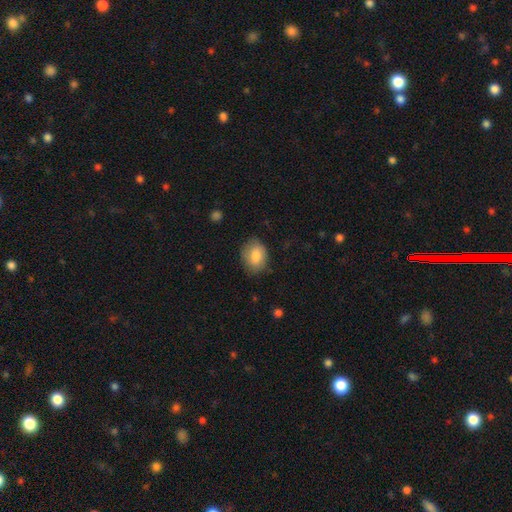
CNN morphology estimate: smooth-or-featured: smooth: 83% | featured or disk: 10% | star or artifact: 7%
  how-rounded: in between: 72% | round: 26% | cigar-shaped: 1%
  merging: none: 74% | minor disturbance: 20% | major disturbance: 5% | merger: 1%